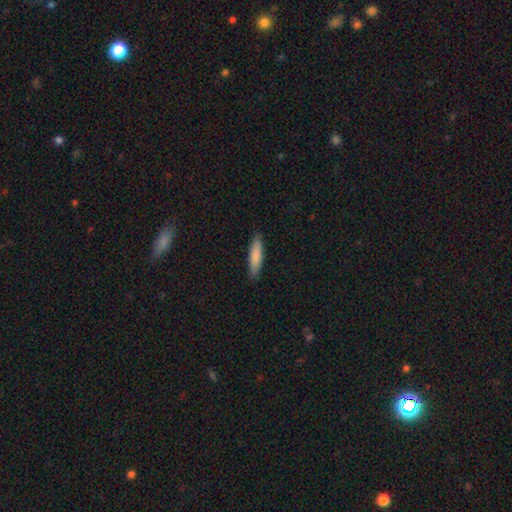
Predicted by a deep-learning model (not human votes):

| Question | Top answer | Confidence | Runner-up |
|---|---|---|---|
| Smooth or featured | smooth | 84% | featured or disk (11%) |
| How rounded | cigar-shaped | 78% | in between (21%) |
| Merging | none | 89% | minor disturbance (9%) |